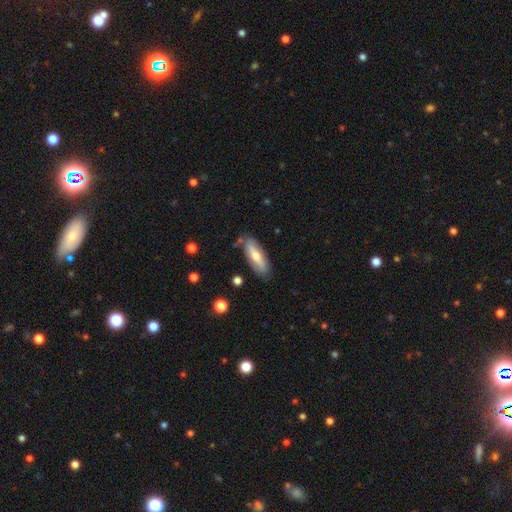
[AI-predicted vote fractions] This is possibly a smooth galaxy (54%). How rounded: possibly in between (53%). Merging: likely none (79%).